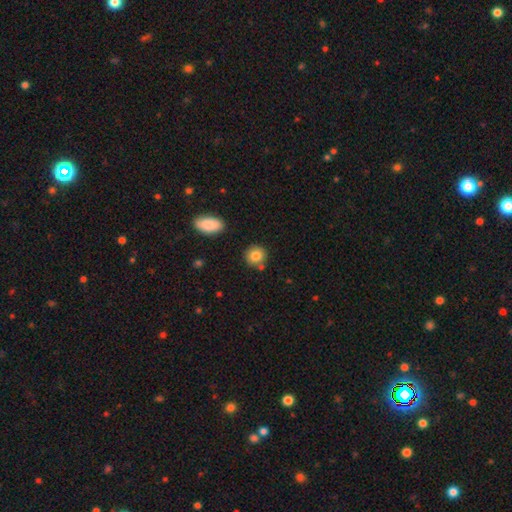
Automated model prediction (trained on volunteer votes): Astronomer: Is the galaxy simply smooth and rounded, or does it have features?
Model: smooth — 84%.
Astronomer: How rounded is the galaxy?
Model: round — 87%.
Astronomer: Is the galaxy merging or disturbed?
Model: none — 80%.